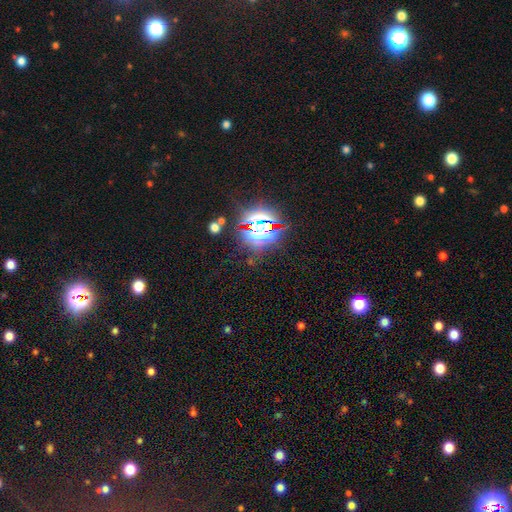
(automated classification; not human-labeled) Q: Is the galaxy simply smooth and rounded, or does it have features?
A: star or artifact — 84%.